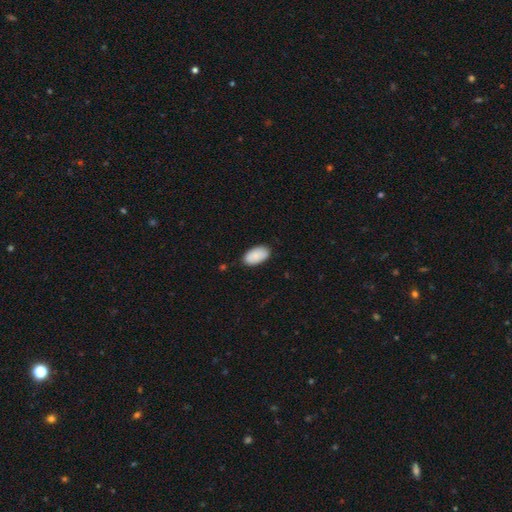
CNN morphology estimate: smooth-or-featured: smooth: 89% | star or artifact: 6% | featured or disk: 5%
  how-rounded: in between: 96% | round: 3% | cigar-shaped: 2%
  merging: none: 84% | minor disturbance: 12% | major disturbance: 2% | merger: 1%